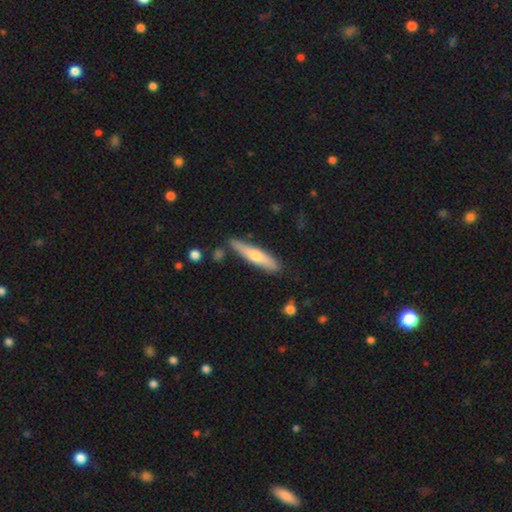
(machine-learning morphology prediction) A smooth galaxy with no disk features (55%) that is cigar-shaped (84%). Merging: none (81%).